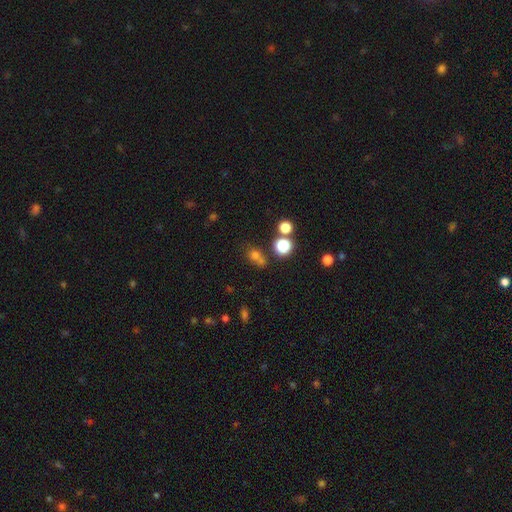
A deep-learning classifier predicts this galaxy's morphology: Smooth or featured: smooth — 67% (star or artifact — 23%)
How rounded: round — 73% (in between — 25%)
Merging: none — 51% (merger — 31%)